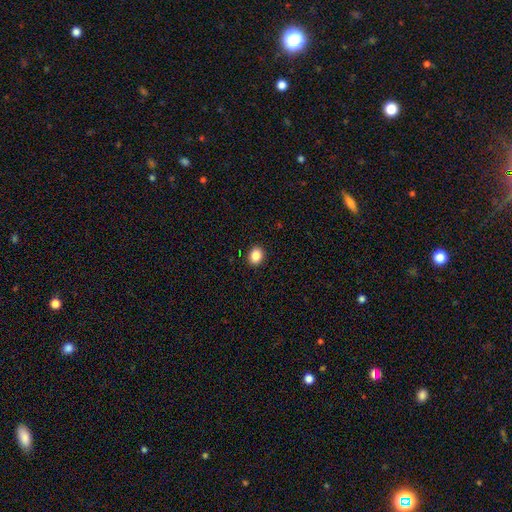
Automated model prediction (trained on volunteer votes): smooth-or-featured: smooth: 87% | star or artifact: 9% | featured or disk: 3%
  how-rounded: round: 52% | in between: 47% | cigar-shaped: 1%
  merging: none: 92% | minor disturbance: 6% | major disturbance: 2% | merger: 1%